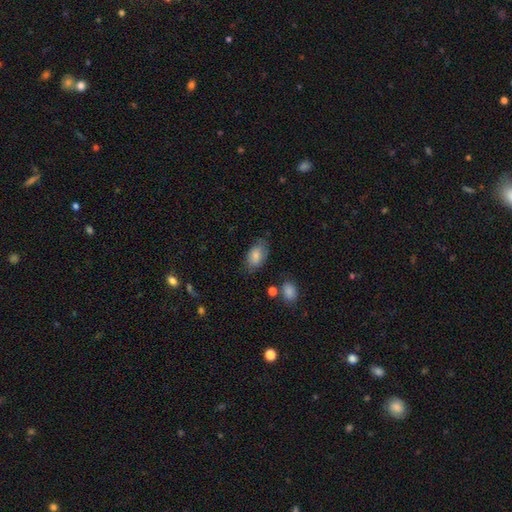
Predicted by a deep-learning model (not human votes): The model was most divided on "merging": none: 70%, minor disturbance: 21%, major disturbance: 6%, merger: 2%. More confident: how rounded — in between (92%); smooth or featured — smooth (81%).